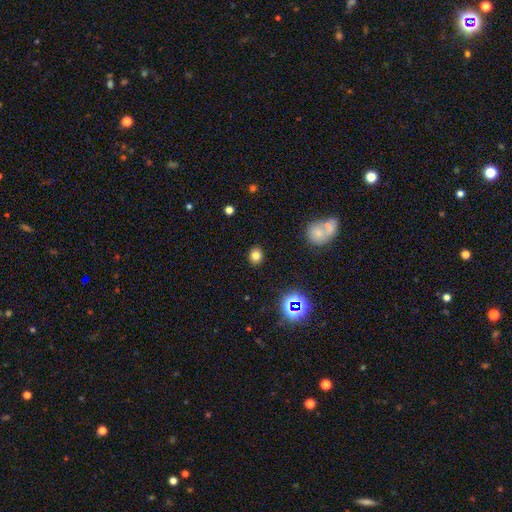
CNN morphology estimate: This is likely a smooth galaxy (77%). How rounded: likely round (71%). Merging: clearly none (89%).